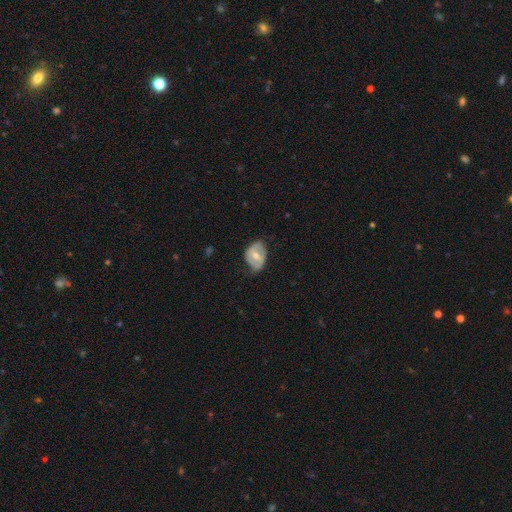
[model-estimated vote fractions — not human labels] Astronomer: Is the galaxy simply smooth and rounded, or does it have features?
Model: featured or disk — 52% (runner-up: smooth, 42%).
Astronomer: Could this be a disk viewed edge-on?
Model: no — 94%.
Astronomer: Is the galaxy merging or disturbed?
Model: none — 56% (runner-up: minor disturbance, 33%).